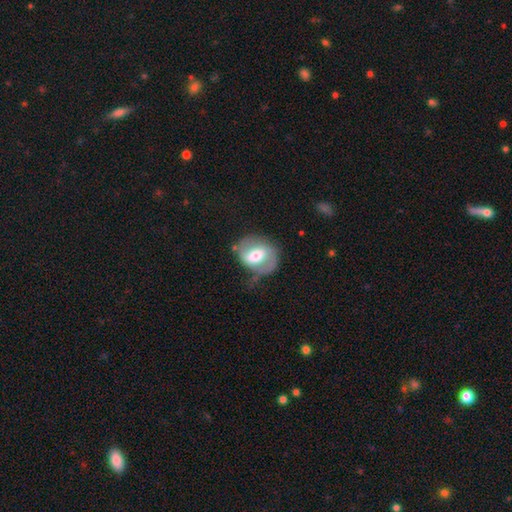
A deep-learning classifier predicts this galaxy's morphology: This is likely a featured or disk galaxy (62%). It is clearly not viewed edge-on (96%). Bar: possibly weak (45%). Spiral arm pattern: likely yes (75%). Central bulge: likely moderate (63%). Merging: possibly none (54%).